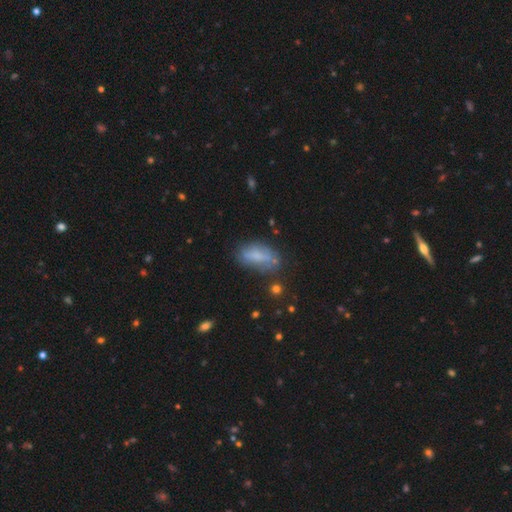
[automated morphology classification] Overall: smooth (65%). How rounded: in between (85%). Merging: none (54%; minor disturbance 26%).